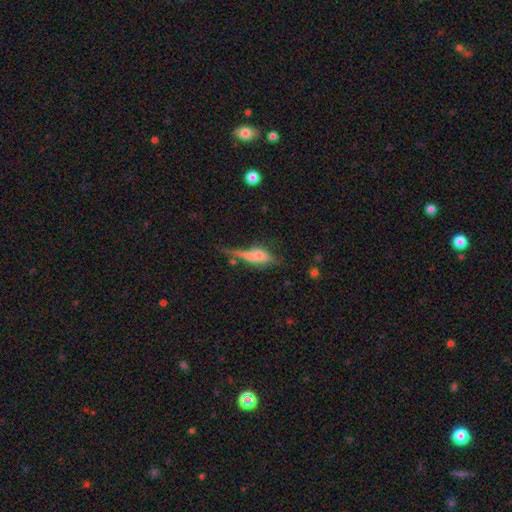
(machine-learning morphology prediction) Smooth or featured? Predicted: smooth (p=0.51). How rounded? Predicted: in between (p=0.62). Merging? Predicted: none (p=0.30).